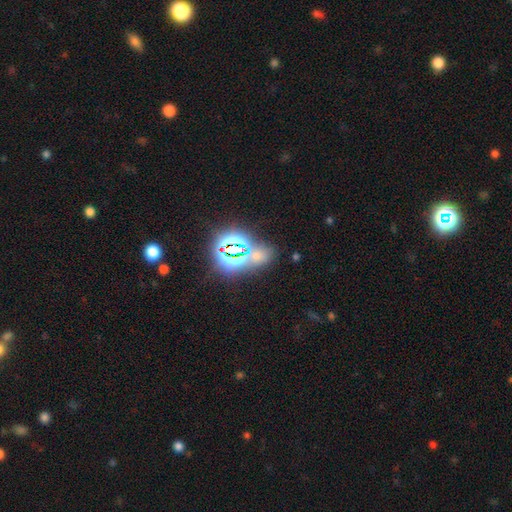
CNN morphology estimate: smooth_or_featured: star or artifact (p=0.72) [alt: smooth p=0.20]